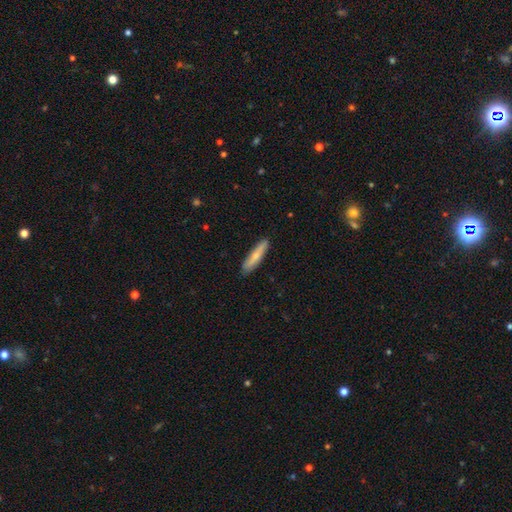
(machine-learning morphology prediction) Q: Smooth or featured?
A: smooth (69%); runner-up: featured or disk (26%)
Q: How rounded?
A: cigar-shaped (86%); runner-up: in between (13%)
Q: Merging?
A: none (88%); runner-up: minor disturbance (9%)